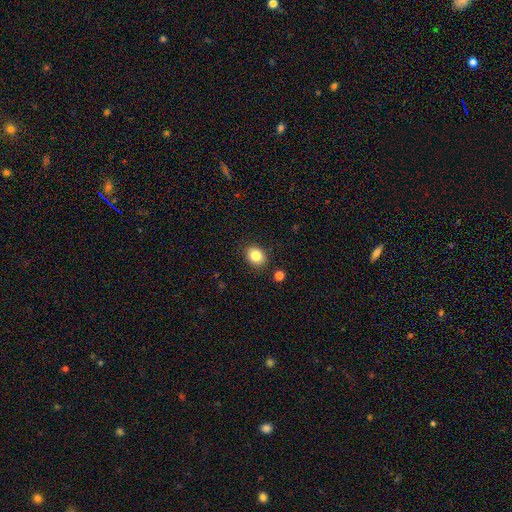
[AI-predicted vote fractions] A smooth galaxy with no disk features (84%) that is round (57%).

Vote fractions:
- Smooth or featured? smooth: 84% / star or artifact: 10% / featured or disk: 6%
- How rounded? round: 57% / in between: 42% / cigar-shaped: 1%
- Merging? none: 86% / minor disturbance: 9% / major disturbance: 2% / merger: 2%